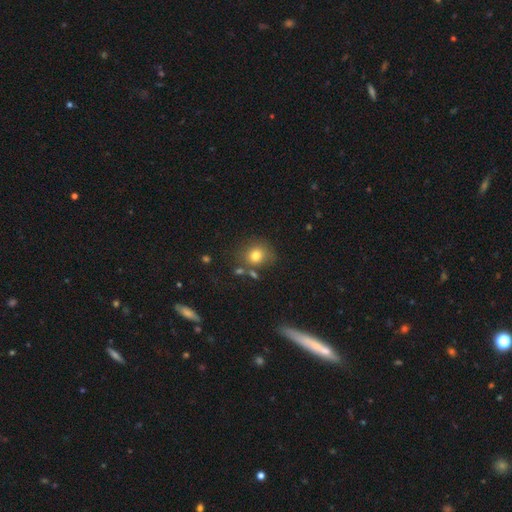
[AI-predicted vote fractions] The model was most divided on "how rounded": round: 78%, in between: 21%, cigar-shaped: 1%. More confident: smooth or featured — smooth (78%); merging — none (71%).